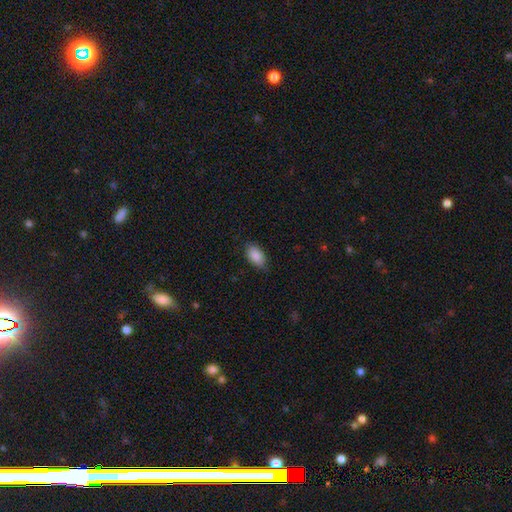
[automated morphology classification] smooth_or_featured: smooth (p=0.89) [alt: star or artifact p=0.07]
how_rounded: in between (p=0.93) [alt: round p=0.05]
merging: none (p=0.79) [alt: minor disturbance p=0.17]